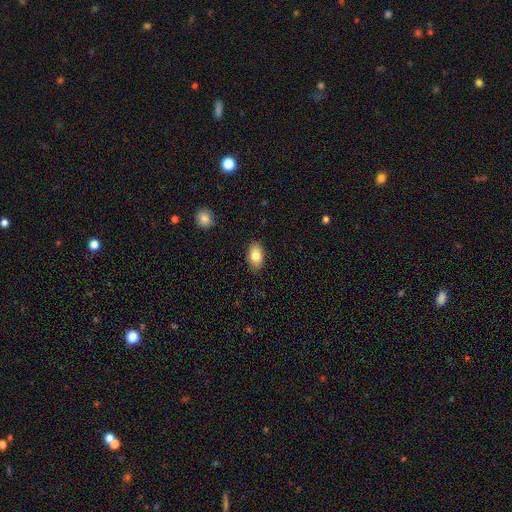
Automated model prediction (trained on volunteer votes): Smooth or featured? Predicted: smooth (p=0.82). How rounded? Predicted: in between (p=0.91). Merging? Predicted: none (p=0.88).